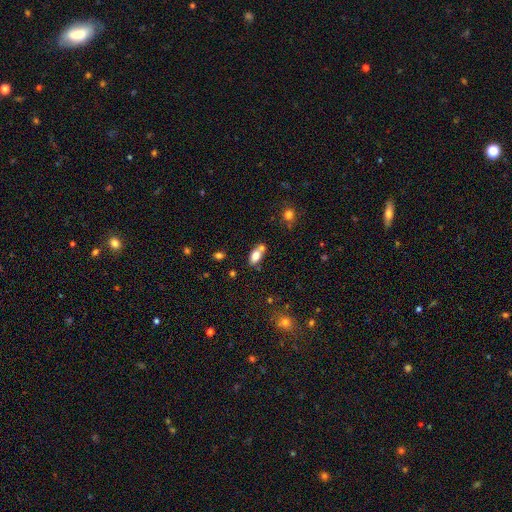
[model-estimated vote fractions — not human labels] Smooth or featured? Predicted: smooth (p=0.78). How rounded? Predicted: in between (p=0.89). Merging? Predicted: none (p=0.50).